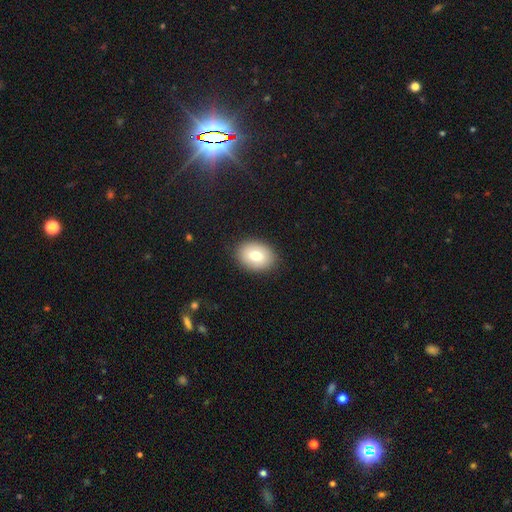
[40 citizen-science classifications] smooth 85%, featured or disk 12%, star or artifact 2%. Down the decision tree: how rounded — in between (79%); merging — none (97%).